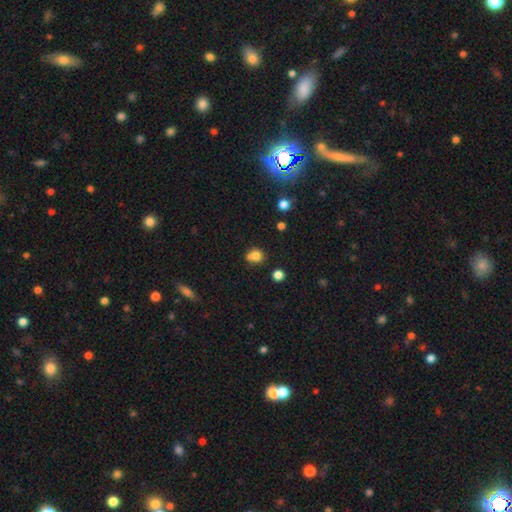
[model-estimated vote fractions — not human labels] A smooth galaxy with no disk features (79%) that is round (75%).

Vote fractions:
- Smooth or featured? smooth: 79% / star or artifact: 12% / featured or disk: 9%
- How rounded? round: 75% / in between: 24% / cigar-shaped: 1%
- Merging? none: 53% / merger: 25% / minor disturbance: 17% / major disturbance: 5%